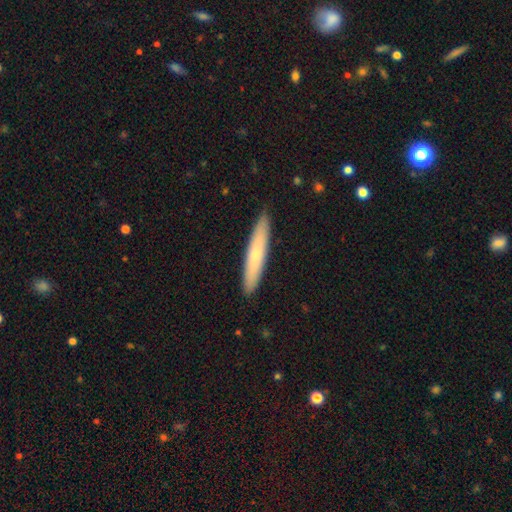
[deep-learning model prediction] A smooth galaxy with no disk features (65%) that is cigar-shaped (92%). Merging: none (90%).